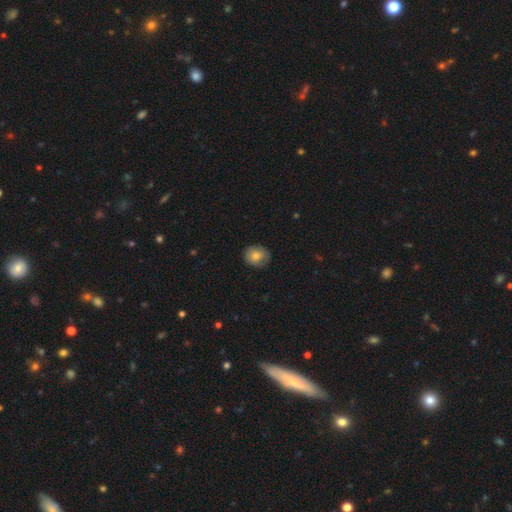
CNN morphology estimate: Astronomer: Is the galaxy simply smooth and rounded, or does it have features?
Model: smooth — 76%.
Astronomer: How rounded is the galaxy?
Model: round — 71%.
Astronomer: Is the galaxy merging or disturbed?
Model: none — 81%.